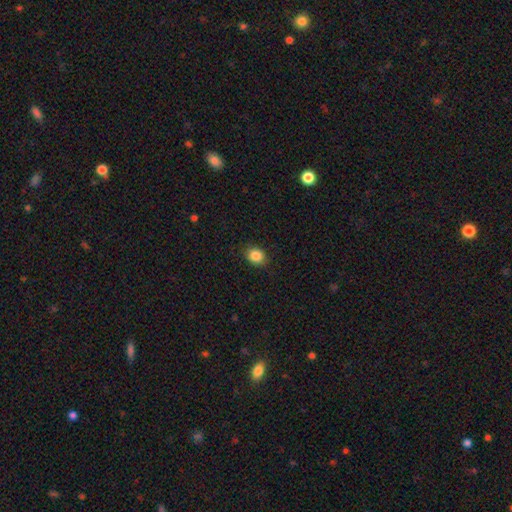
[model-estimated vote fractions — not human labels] This is clearly a smooth galaxy (86%). How rounded: possibly round (52%). Merging: clearly none (88%).